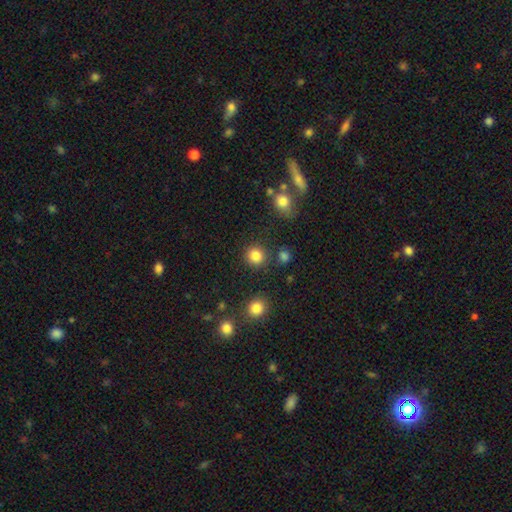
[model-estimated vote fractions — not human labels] Morphology: type=smooth (84%); roundness=round (90%); merging=none (86%).